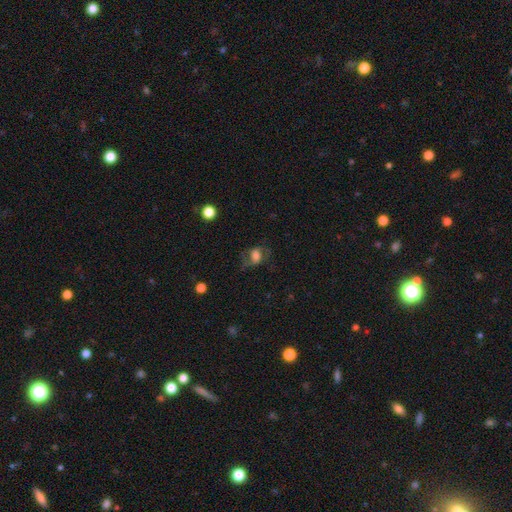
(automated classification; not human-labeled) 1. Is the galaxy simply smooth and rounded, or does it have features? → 51% smooth, 36% featured or disk, 13% star or artifact.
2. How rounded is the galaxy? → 66% in between, 32% round, 2% cigar-shaped.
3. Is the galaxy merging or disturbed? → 49% none, 27% major disturbance, 22% minor disturbance, 2% merger.